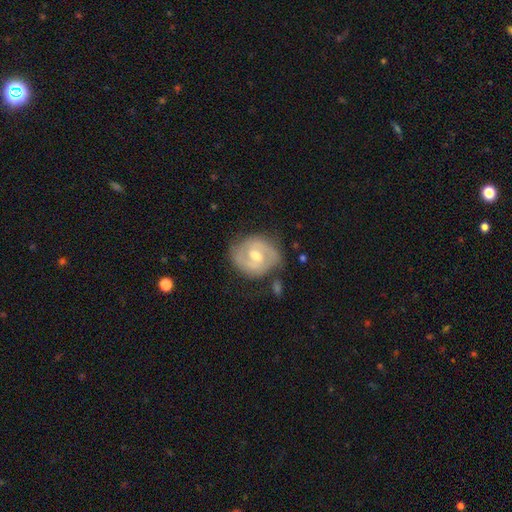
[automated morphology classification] Smooth or featured? featured or disk (72%)
Edge-on disk? no (97%)
Bar? weak (53%)
Spiral arms? yes (78%)
Spiral winding? tight (48%)
Spiral arm count? 2 (76%)
Bulge size? moderate (73%)
Merging? none (70%)